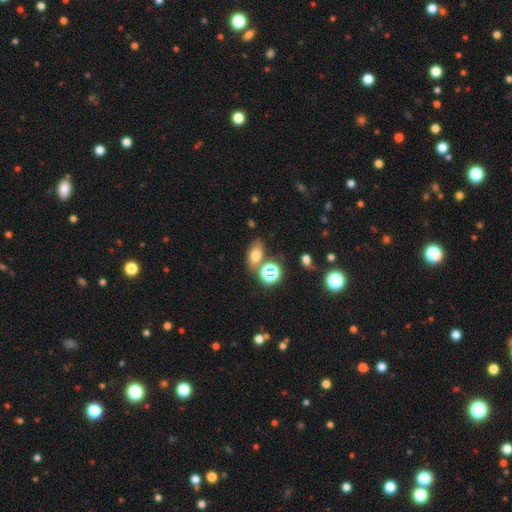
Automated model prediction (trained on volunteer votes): smooth 66%, star or artifact 21%, featured or disk 13%. Down the decision tree: how rounded — in between (77%); merging — none (65%).